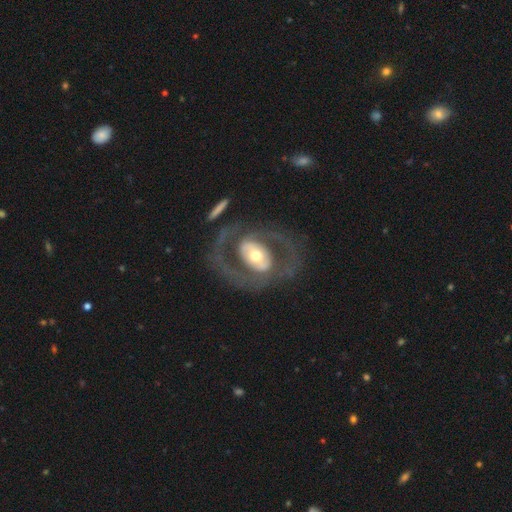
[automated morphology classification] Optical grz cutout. It shows a featured or disk galaxy (79%) with no bar (44%), spiral arms (63%) and a moderate central bulge (64%). Merging: none (70%).